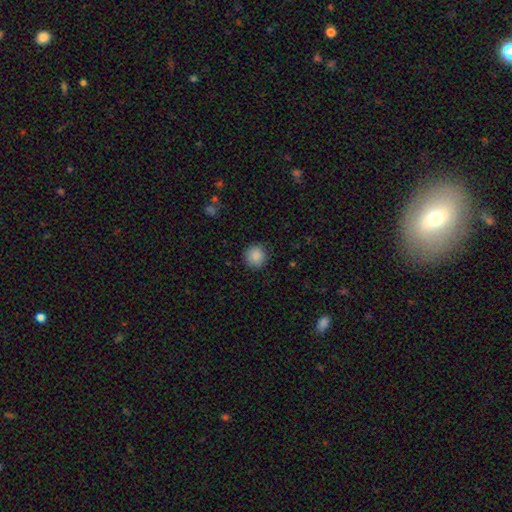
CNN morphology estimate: This is clearly a smooth galaxy (89%). How rounded: clearly round (93%). Merging: clearly none (89%).